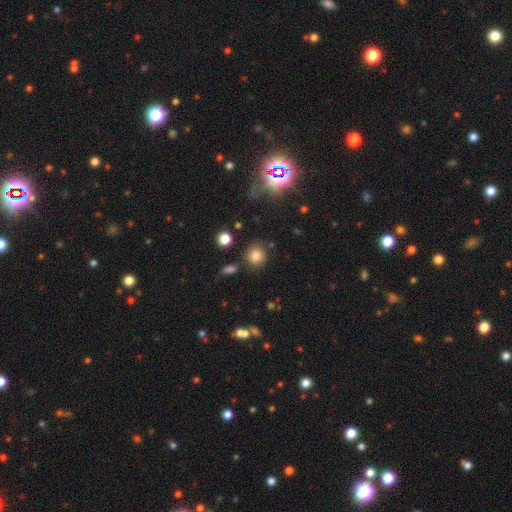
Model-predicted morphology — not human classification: A smooth galaxy with no disk features (79%) that is round (86%).

Vote fractions:
- Smooth or featured? smooth: 79% / star or artifact: 13% / featured or disk: 7%
- How rounded? round: 86% / in between: 13% / cigar-shaped: 1%
- Merging? none: 81% / minor disturbance: 10% / merger: 5% / major disturbance: 4%